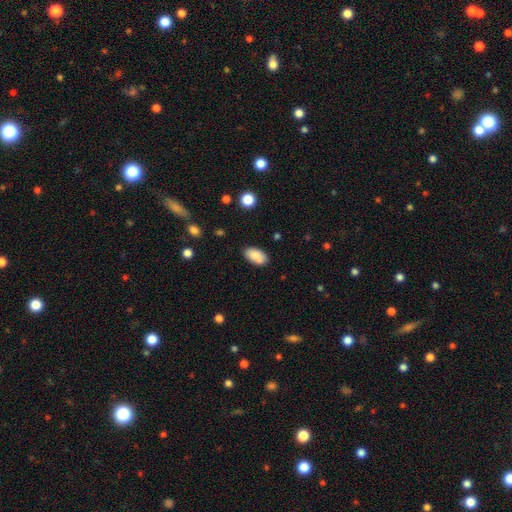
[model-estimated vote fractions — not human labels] Smooth or featured?
  - smooth: 82% *
  - featured or disk: 10%
  - star or artifact: 7%
How rounded?
  - in between: 93% *
  - round: 4%
  - cigar-shaped: 3%
Merging?
  - none: 72% *
  - minor disturbance: 16%
  - merger: 10%
  - major disturbance: 3%